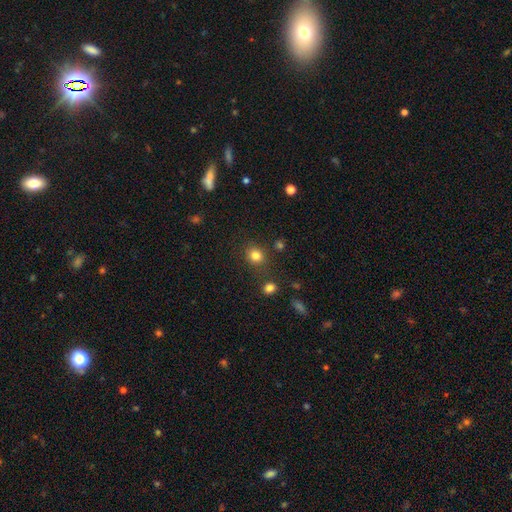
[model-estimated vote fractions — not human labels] Smooth or featured? Predicted: smooth (p=0.82). How rounded? Predicted: round (p=0.74). Merging? Predicted: none (p=0.82).